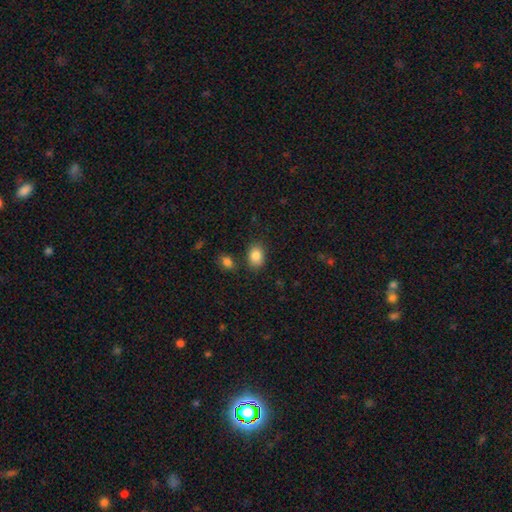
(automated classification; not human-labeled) This appears to be a smooth galaxy with no disk features (86%) that is in between round and cigar-shaped (69%). Merging: none (80%).